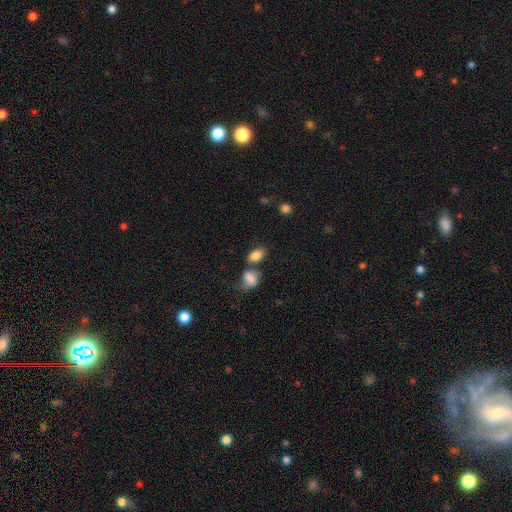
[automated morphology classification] The model was most divided on "merging": none: 52%, merger: 28%, minor disturbance: 14%, major disturbance: 5%. More confident: how rounded — in between (86%); smooth or featured — smooth (84%).